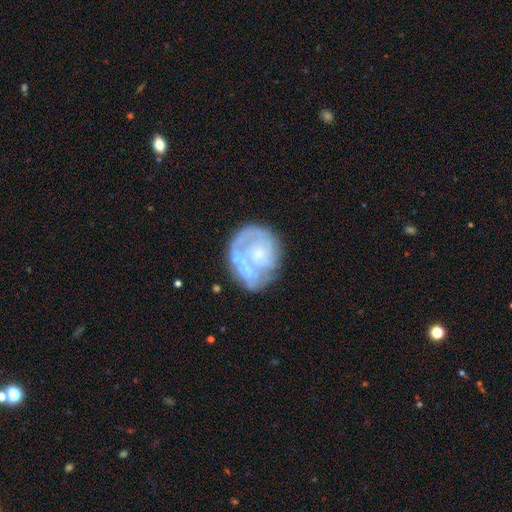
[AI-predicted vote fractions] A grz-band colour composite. It shows a featured or disk galaxy (69%) with no bar (79%), spiral arms (63%) and a small central bulge (43%). Merging: none (55%).